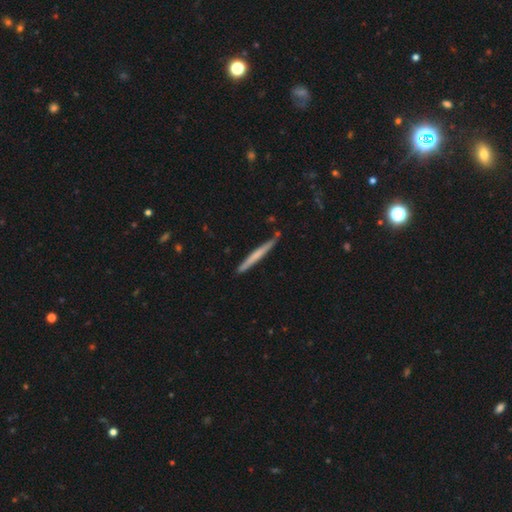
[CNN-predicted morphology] This appears to be a smooth galaxy with no disk features (54%) that is cigar-shaped (97%). Merging: none (86%).